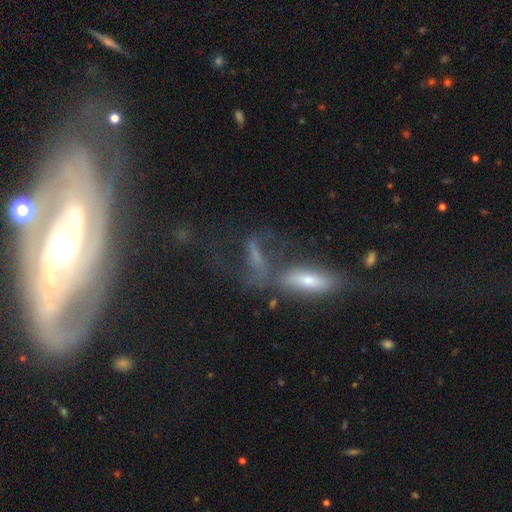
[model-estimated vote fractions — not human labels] Smooth or featured? featured or disk (46%)
Merging? merger (34%, tied with none)